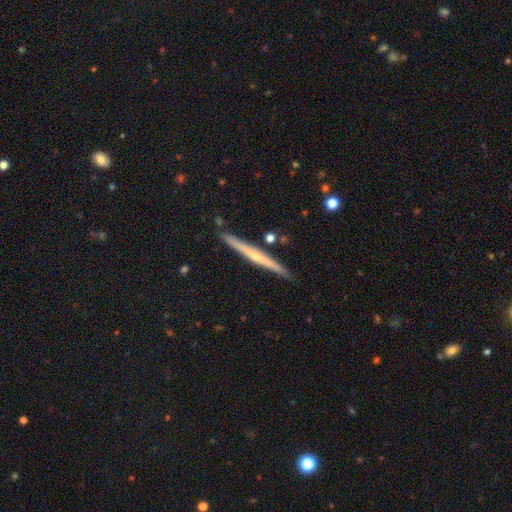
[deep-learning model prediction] Smooth or featured: featured or disk — 62% (smooth — 32%)
Edge-on disk: yes — 98% (no — 2%)
Edge-on bulge: none — 52% (rounded — 43%)
Merging: none — 89% (minor disturbance — 8%)